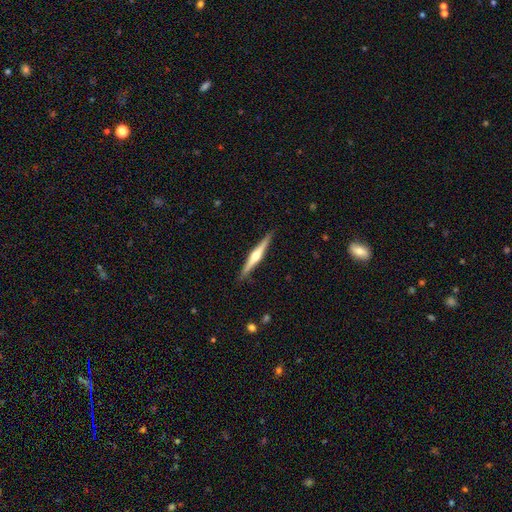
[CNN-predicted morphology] type=featured or disk (73%); edge-on=yes (98%); edge-on bulge=rounded (91%); merging=none (90%).